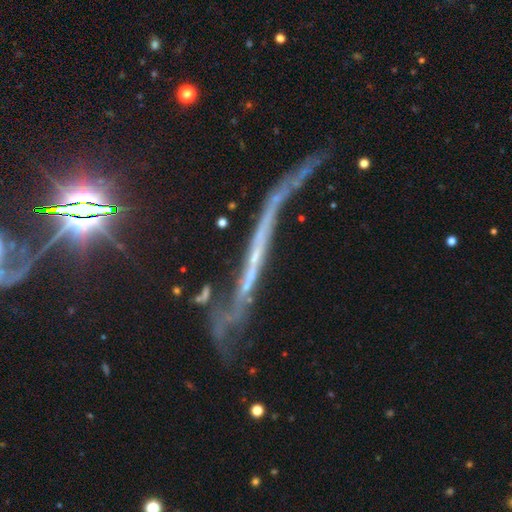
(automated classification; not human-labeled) Smooth or featured? Predicted: featured or disk (p=0.70). Edge-on disk? Predicted: yes (p=0.63). Merging? Predicted: none (p=0.35).